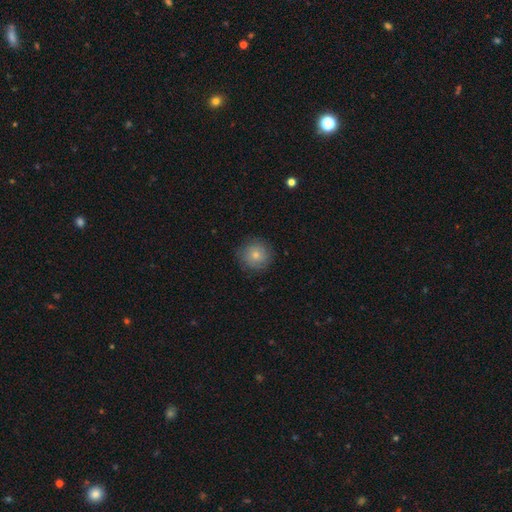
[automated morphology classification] smooth 65%, featured or disk 22%, star or artifact 14%. Down the decision tree: how rounded — round (94%); merging — none (86%).